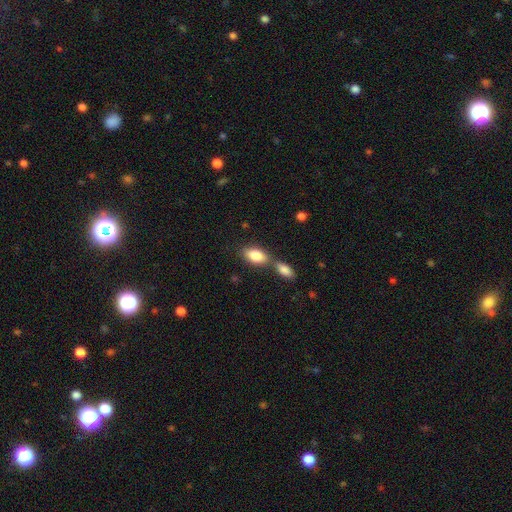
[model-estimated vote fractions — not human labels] smooth-or-featured: smooth: 84% | featured or disk: 9% | star or artifact: 7%
  how-rounded: in between: 91% | cigar-shaped: 5% | round: 4%
  merging: none: 48% | merger: 38% | minor disturbance: 11% | major disturbance: 3%